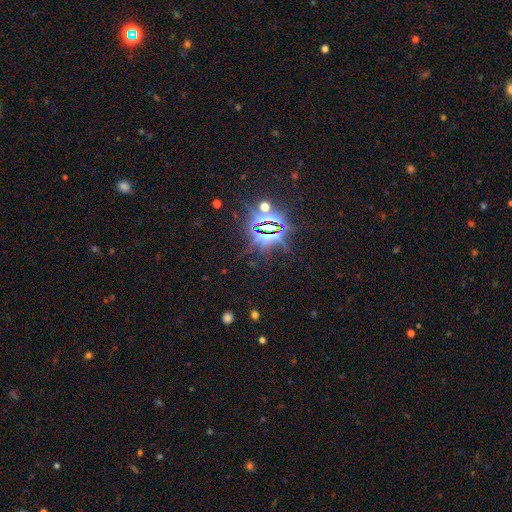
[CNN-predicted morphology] A star or artifact, not a galaxy (86%).

Vote fractions:
- Smooth or featured? star or artifact: 86% / smooth: 8% / featured or disk: 7%